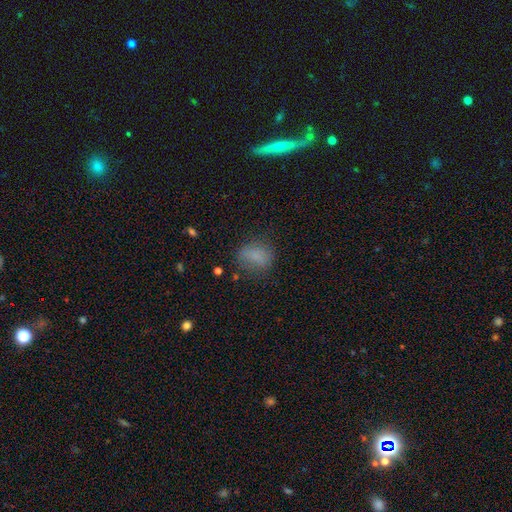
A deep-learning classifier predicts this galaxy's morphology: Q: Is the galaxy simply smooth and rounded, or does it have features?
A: smooth — 78%.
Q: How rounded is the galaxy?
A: in between — 64%.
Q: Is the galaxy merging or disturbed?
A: none — 68%.